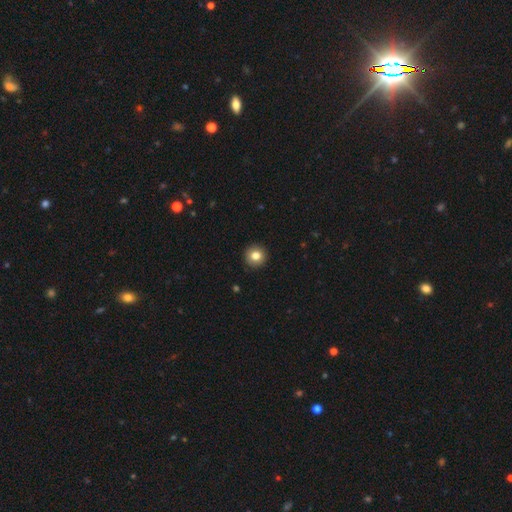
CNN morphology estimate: This is clearly a smooth galaxy (82%). How rounded: clearly round (95%). Merging: clearly none (93%).